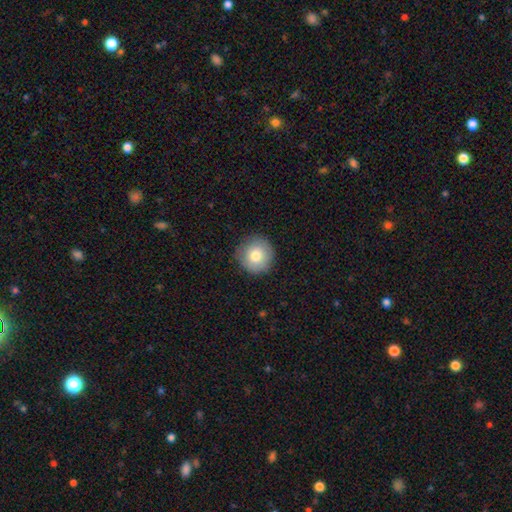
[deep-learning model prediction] Smooth or featured?
  - smooth: 79% *
  - featured or disk: 13%
  - star or artifact: 9%
How rounded?
  - round: 95% *
  - in between: 4%
  - cigar-shaped: 1%
Merging?
  - none: 88% *
  - minor disturbance: 8%
  - major disturbance: 2%
  - merger: 1%